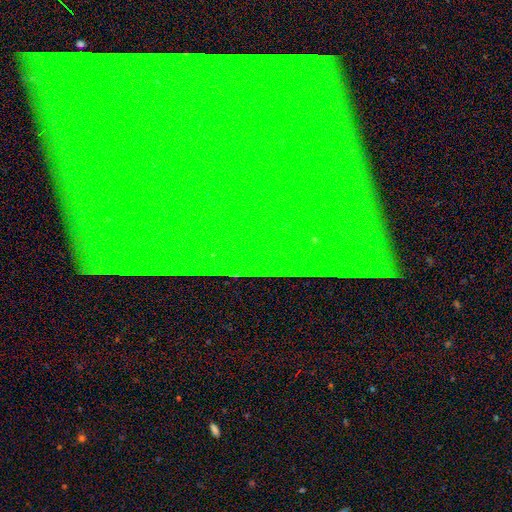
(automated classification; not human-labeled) The model was most divided on "smooth or featured": star or artifact: 84%, featured or disk: 9%, smooth: 7%.